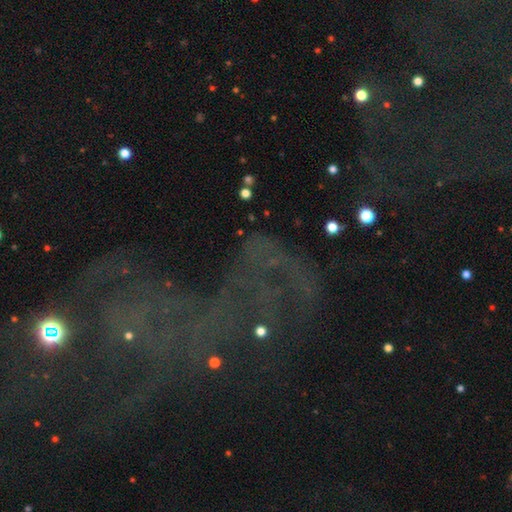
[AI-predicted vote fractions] A star or artifact, not a galaxy (61%).

Vote fractions:
- Smooth or featured? star or artifact: 61% / featured or disk: 23% / smooth: 16%